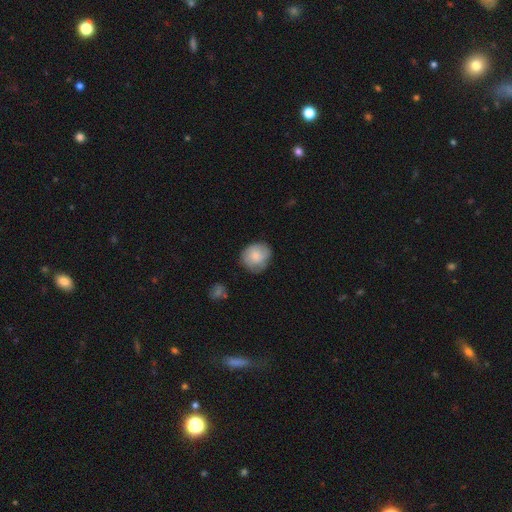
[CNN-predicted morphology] smooth_or_featured: smooth (p=0.78) [alt: featured or disk p=0.16]
how_rounded: round (p=0.82) [alt: in between p=0.17]
merging: none (p=0.75) [alt: minor disturbance p=0.19]